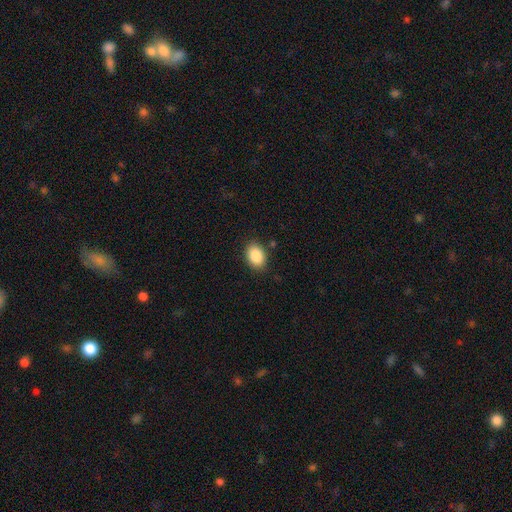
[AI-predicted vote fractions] Overall: smooth (88%). How rounded: in between (77%). Merging: none (86%).